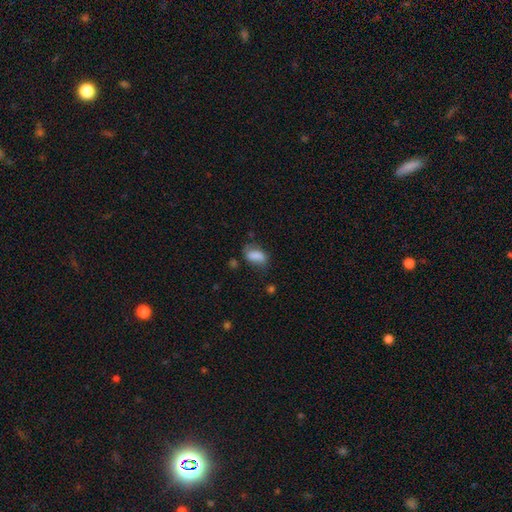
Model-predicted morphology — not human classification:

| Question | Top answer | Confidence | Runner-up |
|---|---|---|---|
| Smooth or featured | smooth | 78% | featured or disk (13%) |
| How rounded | in between | 86% | round (8%) |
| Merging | none | 51% | minor disturbance (30%) |